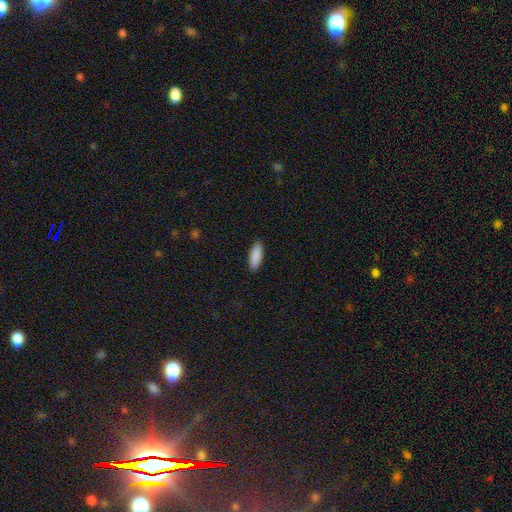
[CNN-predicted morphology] Smooth or featured: smooth — 91% (star or artifact — 6%)
How rounded: in between — 74% (cigar-shaped — 25%)
Merging: none — 90% (minor disturbance — 7%)